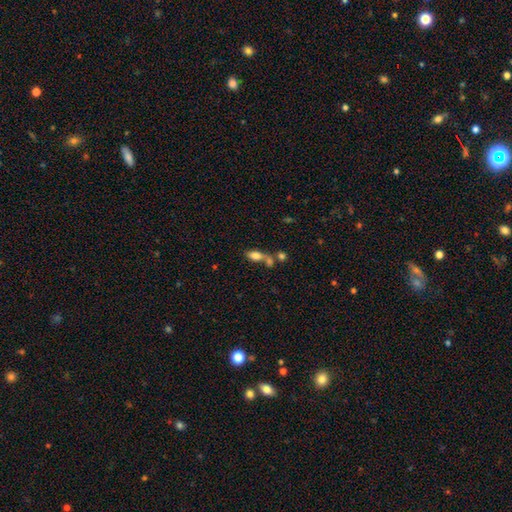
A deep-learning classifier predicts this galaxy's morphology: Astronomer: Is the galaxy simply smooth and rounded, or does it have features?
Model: smooth — 75%.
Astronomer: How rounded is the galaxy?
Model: in between — 81%.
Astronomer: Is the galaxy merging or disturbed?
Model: merger — 51% (runner-up: none, 30%).